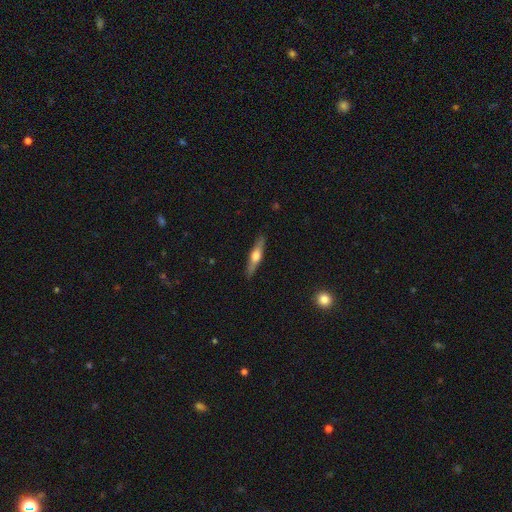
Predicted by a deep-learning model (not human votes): Smooth or featured? featured or disk (58%)
Edge-on disk? yes (95%)
Edge-on bulge? rounded (91%)
Merging? none (89%)